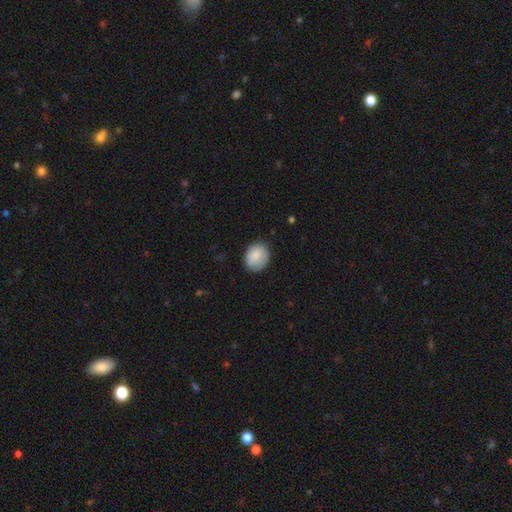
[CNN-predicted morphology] The model was most divided on "how rounded": in between: 54%, round: 45%, cigar-shaped: 1%. More confident: smooth or featured — smooth (87%); merging — none (81%).